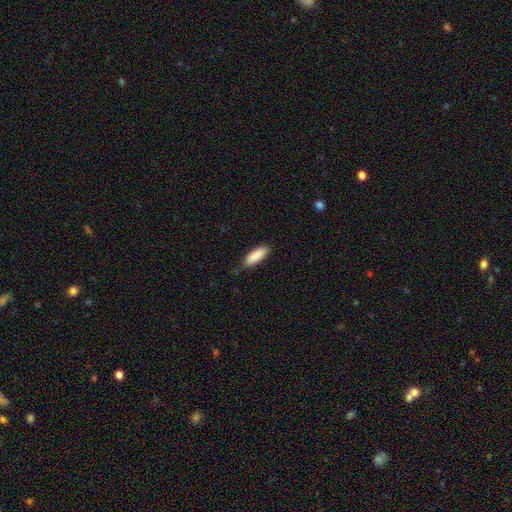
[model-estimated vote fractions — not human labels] Morphology: type=smooth (90%); roundness=in between (65%); merging=none (83%).